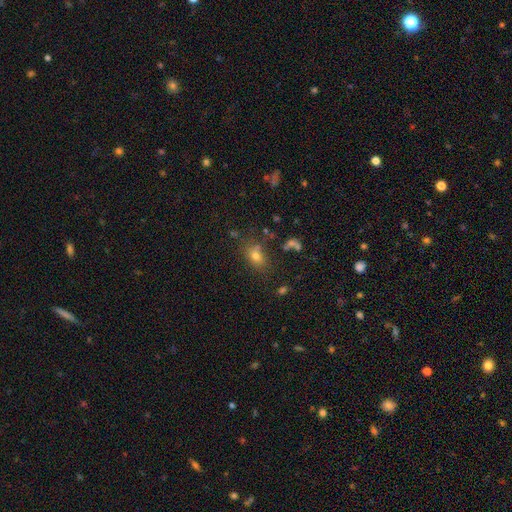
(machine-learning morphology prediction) Overall: smooth (70%). How rounded: in between (68%; round 29%). Merging: none (74%).